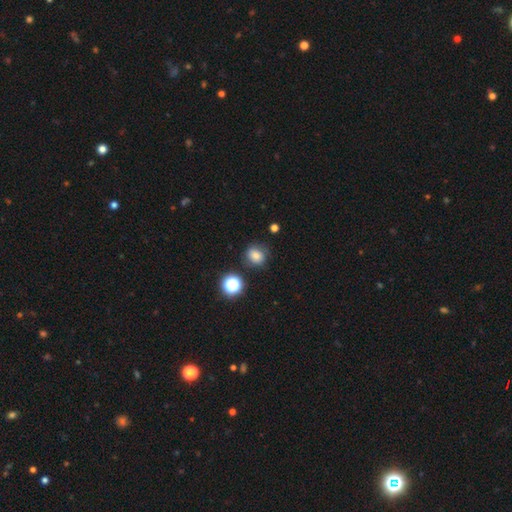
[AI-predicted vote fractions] smooth-or-featured: smooth: 75% | star or artifact: 15% | featured or disk: 10%
  how-rounded: round: 74% | in between: 25% | cigar-shaped: 1%
  merging: none: 75% | minor disturbance: 17% | major disturbance: 5% | merger: 4%